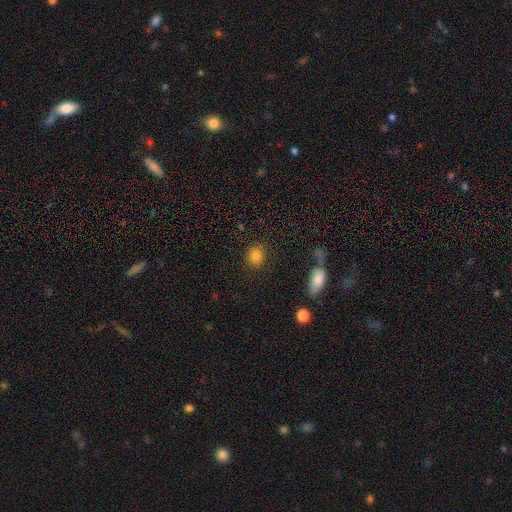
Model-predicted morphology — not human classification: Smooth or featured? Predicted: smooth (p=0.84). How rounded? Predicted: round (p=0.76). Merging? Predicted: none (p=0.87).